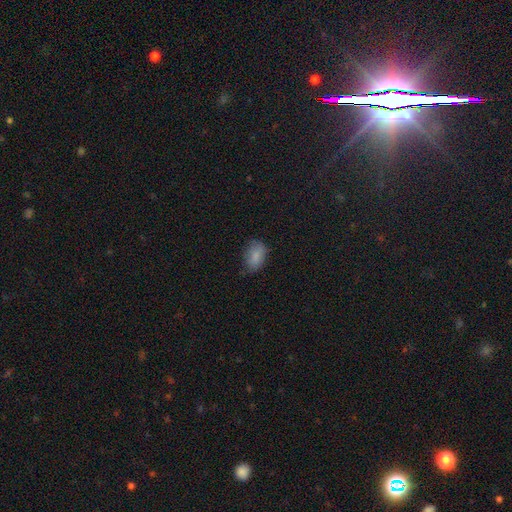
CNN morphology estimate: Q: Smooth or featured?
A: smooth (83%); runner-up: star or artifact (9%)
Q: How rounded?
A: in between (88%); runner-up: round (10%)
Q: Merging?
A: none (68%); runner-up: minor disturbance (25%)